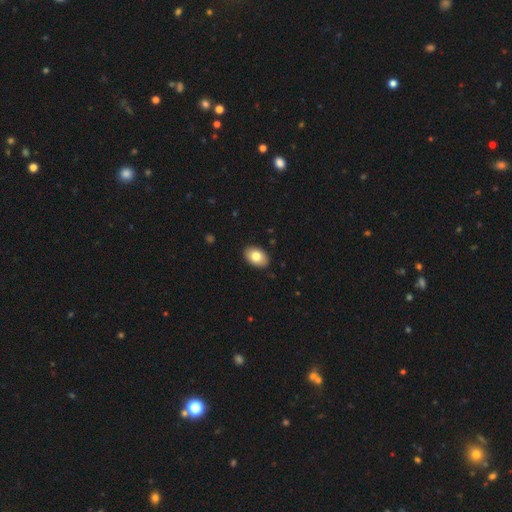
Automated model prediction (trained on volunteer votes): smooth_or_featured: smooth (p=0.81) [alt: featured or disk p=0.12]
how_rounded: in between (p=0.87) [alt: round p=0.12]
merging: none (p=0.90) [alt: minor disturbance p=0.08]